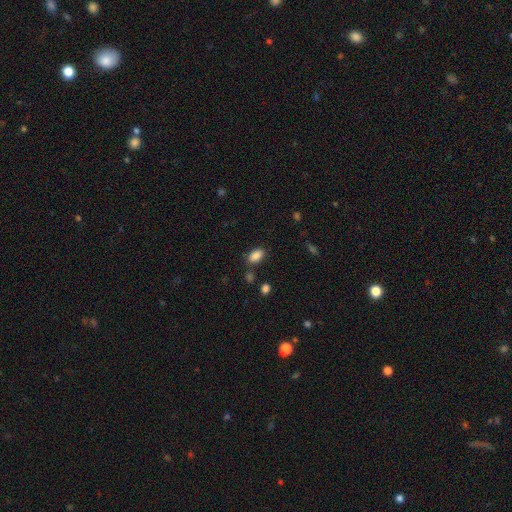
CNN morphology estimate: This is clearly a smooth galaxy (86%). How rounded: clearly in between (91%). Merging: likely none (79%).